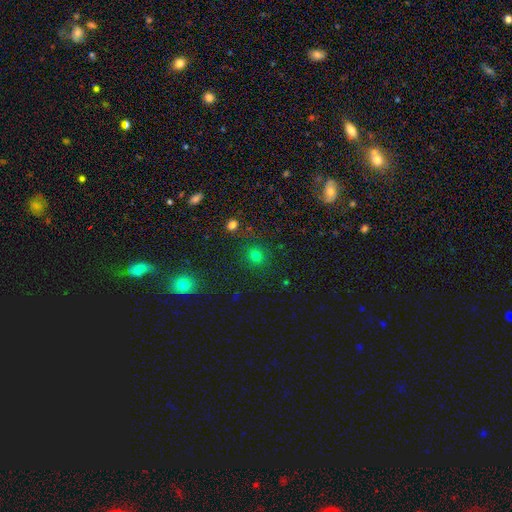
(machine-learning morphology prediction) type=smooth (74%); roundness=round (86%); merging=none (84%).